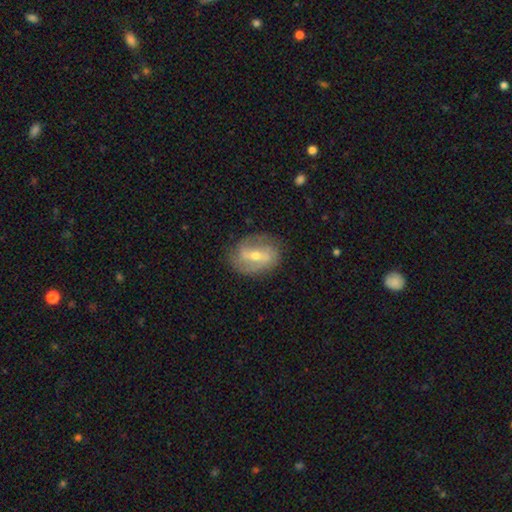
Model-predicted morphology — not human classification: The model was most divided on "bar" (2-way tie): strong: 40%, weak: 40%, no: 20%. Remaining: edge-on disk — no (95%); spiral arms — yes (88%); smooth or featured — featured or disk (79%); merging — none (77%); spiral arm count — 2 (72%); bulge size — moderate (54%); spiral winding — medium (43%).